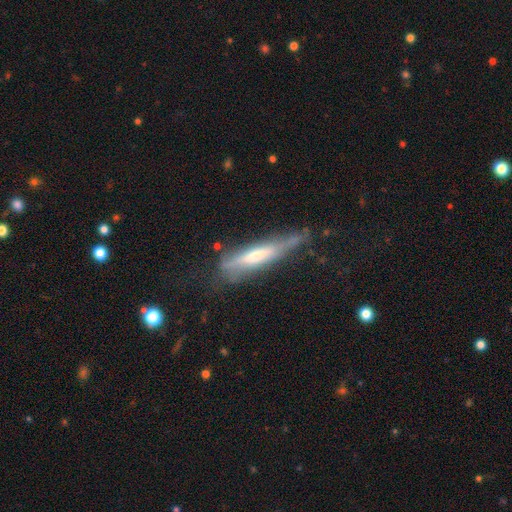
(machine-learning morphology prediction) featured or disk 61%, smooth 31%, star or artifact 8%. Down the decision tree: edge-on disk — yes (79%); merging — none (50%).